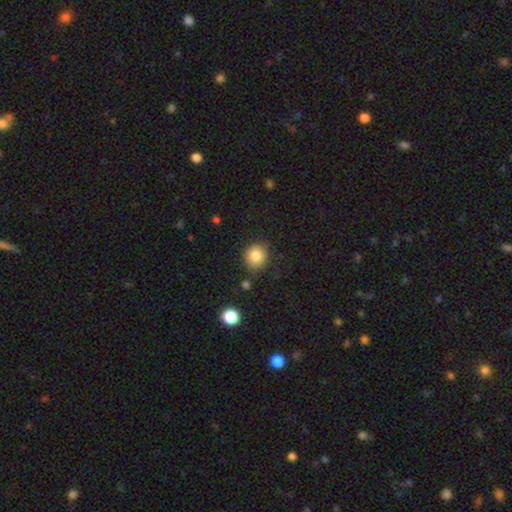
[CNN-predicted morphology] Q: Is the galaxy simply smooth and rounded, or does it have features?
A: smooth — 84%.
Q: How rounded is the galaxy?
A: round — 86%.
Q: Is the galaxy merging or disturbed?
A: none — 82%.